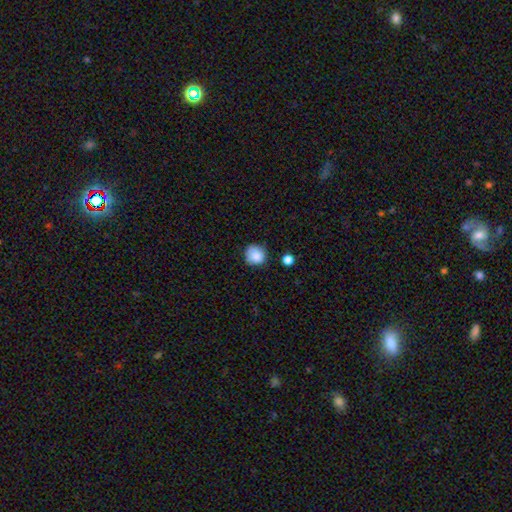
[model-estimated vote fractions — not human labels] smooth 85%, star or artifact 9%, featured or disk 5%. Down the decision tree: how rounded — round (90%); merging — none (76%).